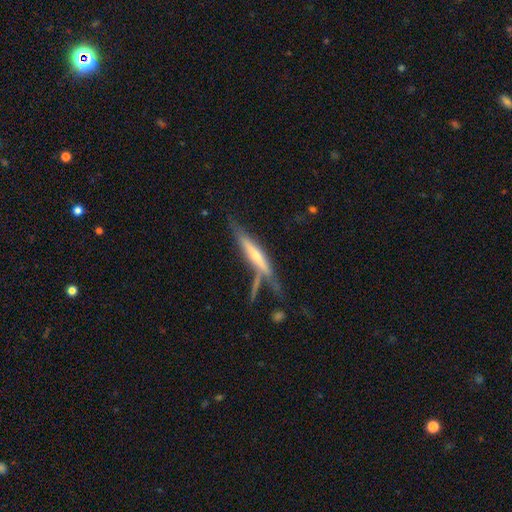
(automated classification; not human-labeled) Smooth or featured?
  - featured or disk: 63% *
  - smooth: 30%
  - star or artifact: 7%
Edge-on disk?
  - yes: 92% *
  - no: 8%
Edge-on bulge?
  - rounded: 53% *
  - none: 35%
  - boxy: 12%
Merging?
  - none: 51% *
  - minor disturbance: 20%
  - merger: 17%
  - major disturbance: 12%